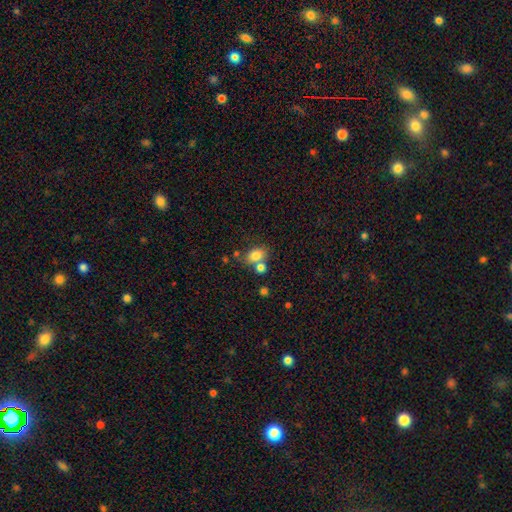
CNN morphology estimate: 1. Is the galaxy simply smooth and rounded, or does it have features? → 80% smooth, 10% star or artifact, 10% featured or disk.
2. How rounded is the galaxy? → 68% in between, 31% round, 1% cigar-shaped.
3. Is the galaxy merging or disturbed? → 53% none, 30% merger, 13% minor disturbance, 5% major disturbance.